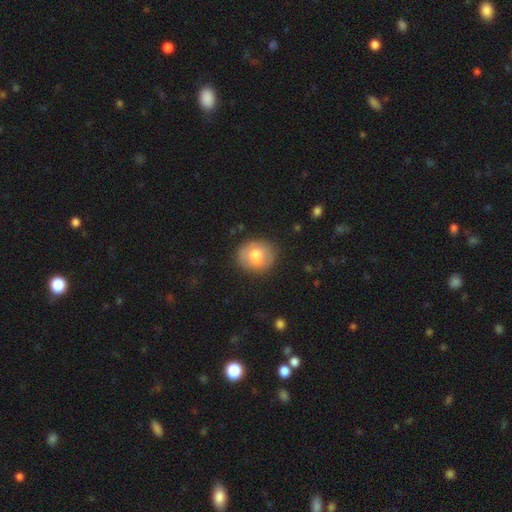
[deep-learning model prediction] Smooth or featured? Predicted: smooth (p=0.68). How rounded? Predicted: round (p=0.69). Merging? Predicted: none (p=0.68).